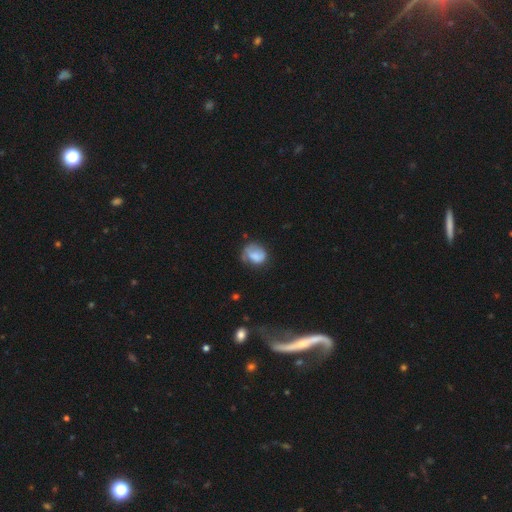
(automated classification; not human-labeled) Morphology: type=smooth (68%); roundness=round (53%); merging=none (45%).